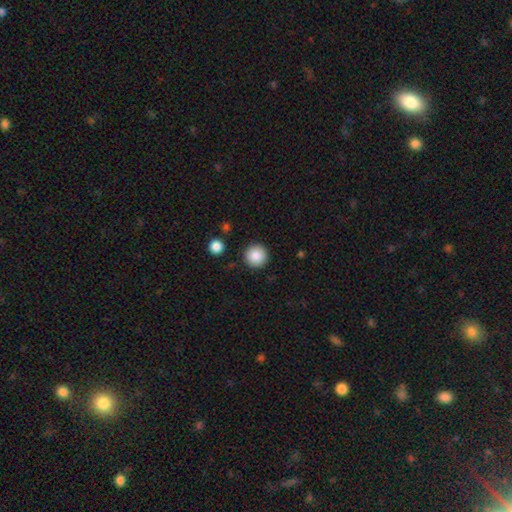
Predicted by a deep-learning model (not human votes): smooth 87%, star or artifact 9%, featured or disk 5%. Down the decision tree: how rounded — round (96%); merging — none (91%).